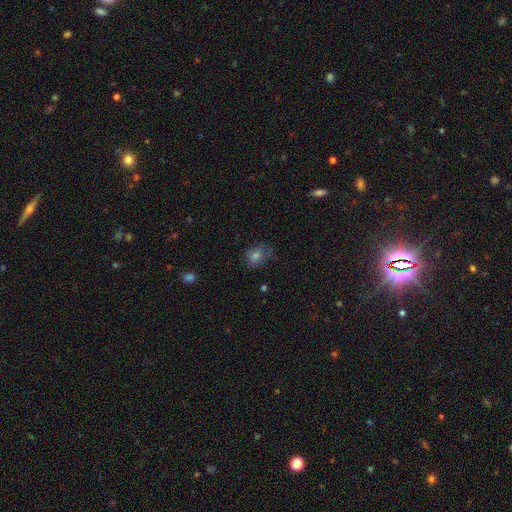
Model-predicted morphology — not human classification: The model was most divided on "how rounded": in between: 52%, round: 47%, cigar-shaped: 1%. More confident: merging — none (65%); smooth or featured — smooth (61%).